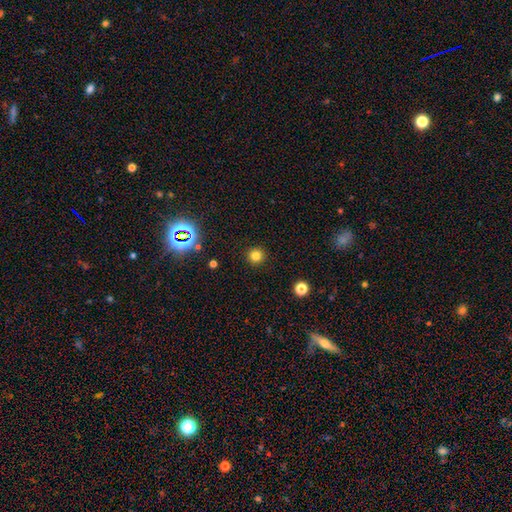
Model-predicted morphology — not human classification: Overall: smooth (79%). How rounded: round (96%). Merging: none (93%).